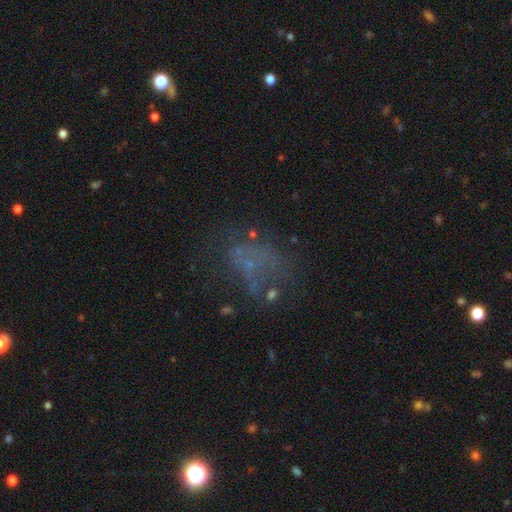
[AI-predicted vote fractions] smooth-or-featured: featured or disk: 39% | star or artifact: 31% | smooth: 30%
  merging: none: 45% | major disturbance: 30% | minor disturbance: 17% | merger: 7%